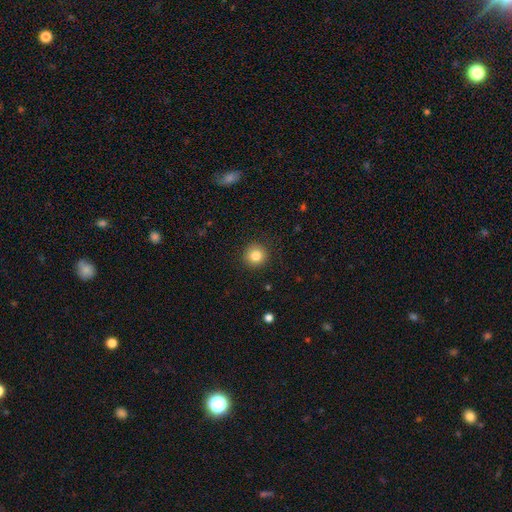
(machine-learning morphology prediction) Smooth or featured: smooth — 84% (star or artifact — 10%)
How rounded: round — 93% (in between — 6%)
Merging: none — 91% (minor disturbance — 6%)